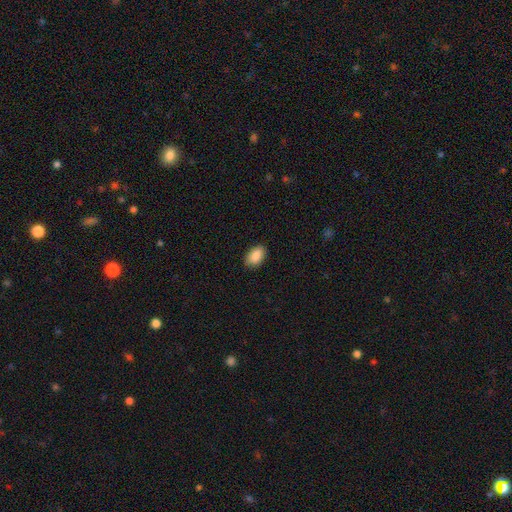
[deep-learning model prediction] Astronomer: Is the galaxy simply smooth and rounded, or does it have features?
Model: smooth — 89%.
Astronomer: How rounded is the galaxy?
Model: in between — 92%.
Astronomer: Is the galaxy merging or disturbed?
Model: none — 86%.